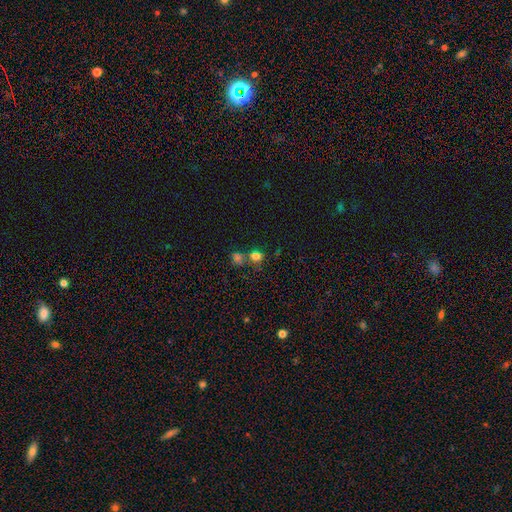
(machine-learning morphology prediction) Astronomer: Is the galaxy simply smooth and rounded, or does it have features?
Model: smooth — 68%.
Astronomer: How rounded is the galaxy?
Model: round — 76%.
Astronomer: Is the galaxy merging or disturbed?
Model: none — 59%.